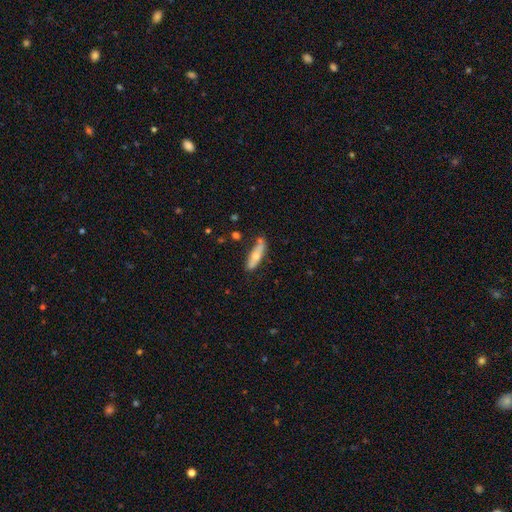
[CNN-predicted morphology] Smooth or featured? smooth (57%)
How rounded? cigar-shaped (55%)
Merging? none (73%)